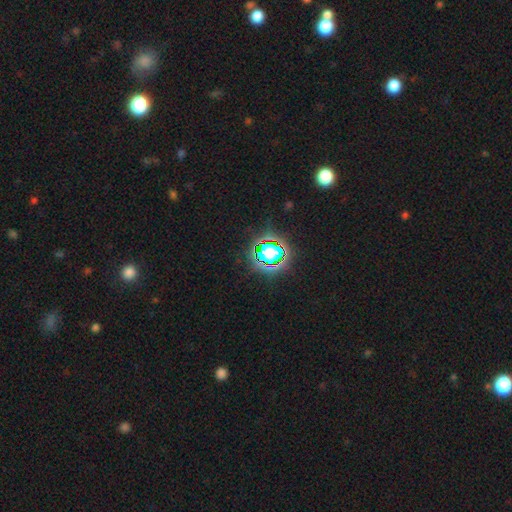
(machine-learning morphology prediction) A star or artifact, not a galaxy (80%).

Vote fractions:
- Smooth or featured? star or artifact: 80% / smooth: 14% / featured or disk: 7%